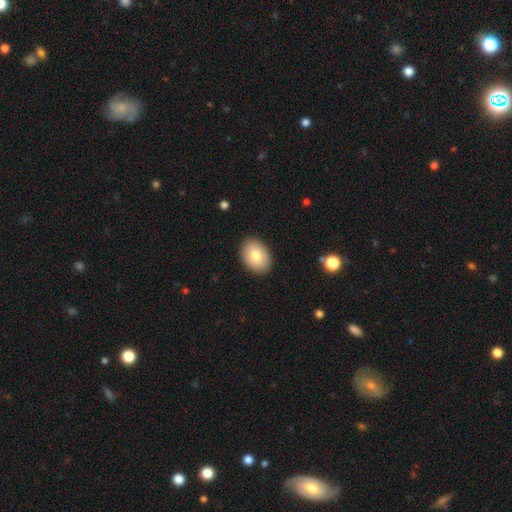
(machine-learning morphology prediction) Smooth or featured? smooth (79%)
How rounded? in between (77%)
Merging? none (89%)